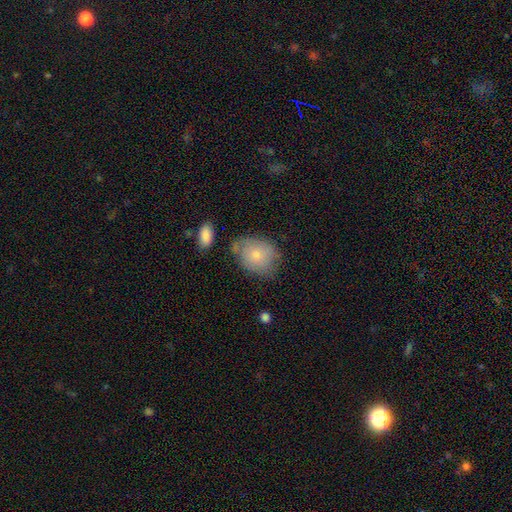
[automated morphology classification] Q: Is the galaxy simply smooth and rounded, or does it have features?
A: smooth — 73%.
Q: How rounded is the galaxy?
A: in between — 55%.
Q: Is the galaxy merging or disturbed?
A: none — 63%.